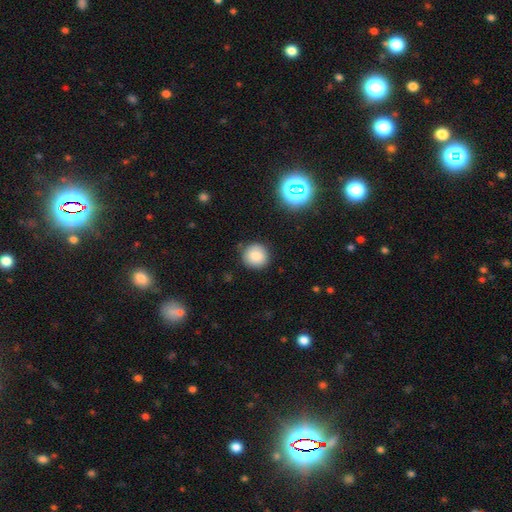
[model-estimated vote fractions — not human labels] Overall: smooth (83%). How rounded: round (92%). Merging: none (86%).